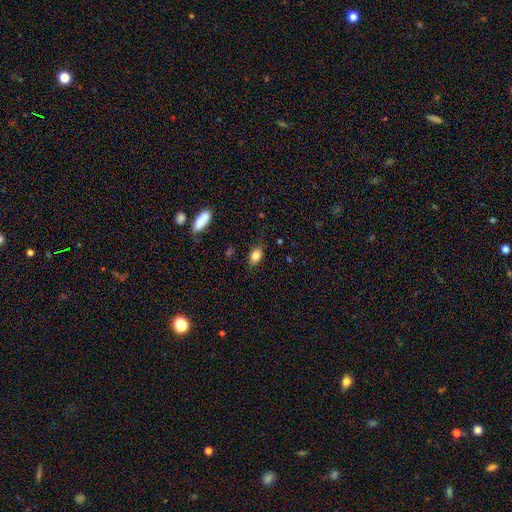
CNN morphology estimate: type=smooth (82%); roundness=in between (81%); merging=none (81%).